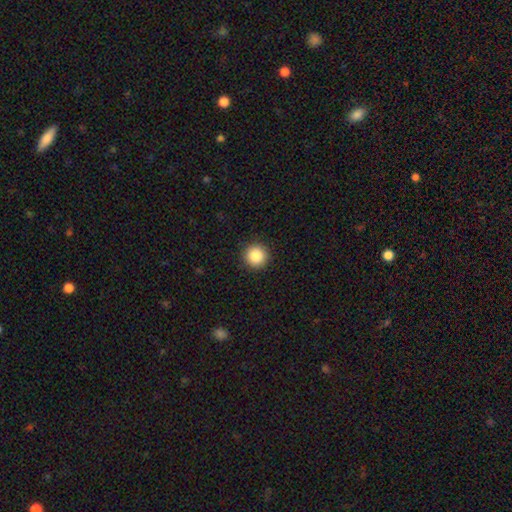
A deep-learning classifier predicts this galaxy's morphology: type=smooth (87%); roundness=round (96%); merging=none (93%).